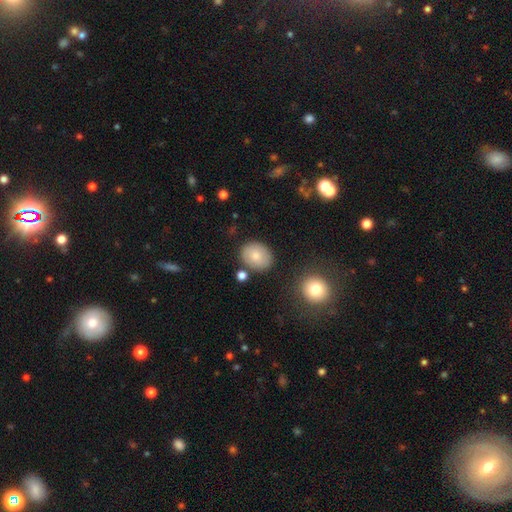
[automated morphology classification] Q: Smooth or featured?
A: smooth (79%); runner-up: featured or disk (14%)
Q: How rounded?
A: round (50%); tied with: in between (50%)
Q: Merging?
A: none (81%); runner-up: minor disturbance (12%)